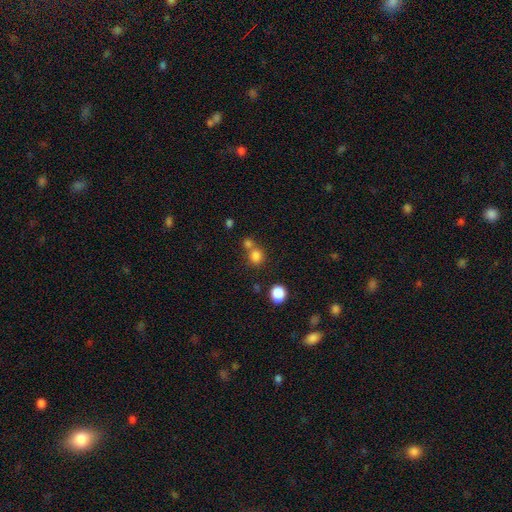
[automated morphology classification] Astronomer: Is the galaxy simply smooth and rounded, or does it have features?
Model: smooth — 80%.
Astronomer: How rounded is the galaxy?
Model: round — 77%.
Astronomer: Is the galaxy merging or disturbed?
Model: none — 53% (runner-up: merger, 35%).